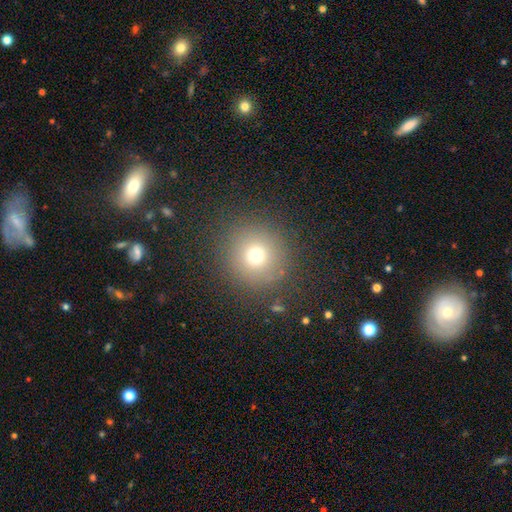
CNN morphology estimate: Smooth or featured?
  - smooth: 70% *
  - star or artifact: 18%
  - featured or disk: 11%
How rounded?
  - round: 94% *
  - in between: 5%
  - cigar-shaped: 1%
Merging?
  - none: 87% *
  - minor disturbance: 8%
  - major disturbance: 4%
  - merger: 2%